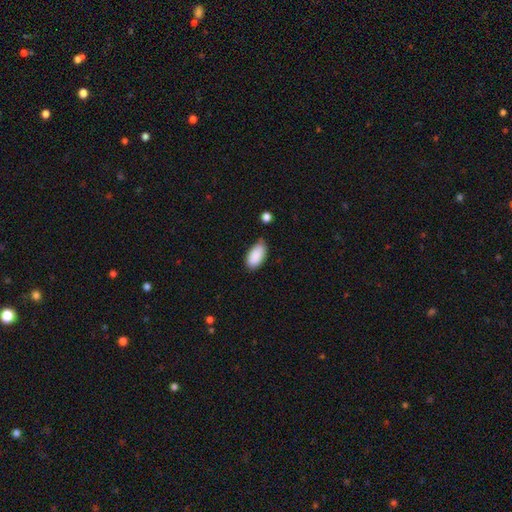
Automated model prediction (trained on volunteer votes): This is clearly a smooth galaxy (89%). How rounded: clearly in between (94%). Merging: likely none (65%).